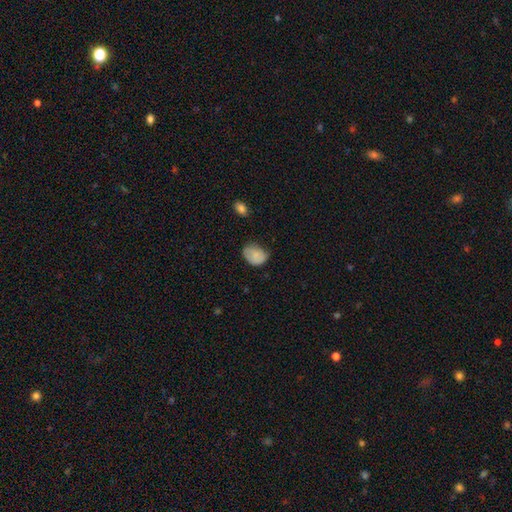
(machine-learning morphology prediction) The model was most divided on "merging": none: 56%, minor disturbance: 34%, major disturbance: 8%, merger: 2%. More confident: smooth or featured — smooth (81%); how rounded — in between (64%).